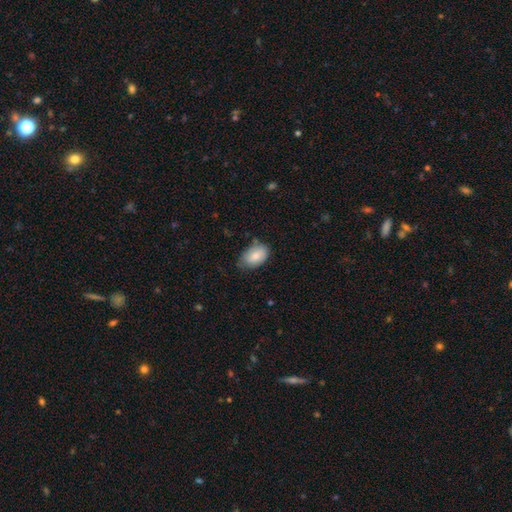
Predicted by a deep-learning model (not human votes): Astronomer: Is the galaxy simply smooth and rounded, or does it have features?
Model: smooth — 81%.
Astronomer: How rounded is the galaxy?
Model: in between — 90%.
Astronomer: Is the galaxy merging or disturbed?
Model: none — 63%.